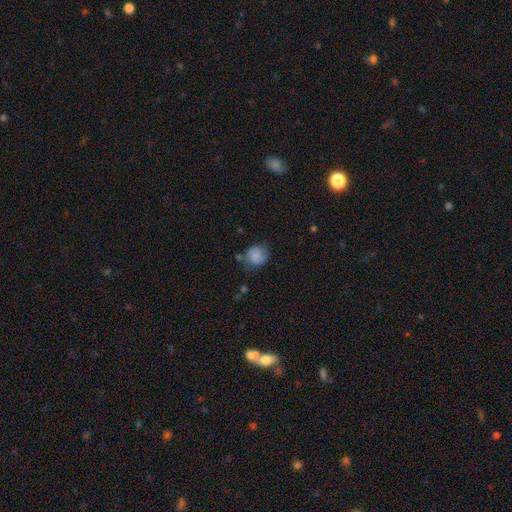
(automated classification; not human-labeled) This is likely a smooth galaxy (76%). How rounded: likely round (74%). Merging: possibly none (59%).